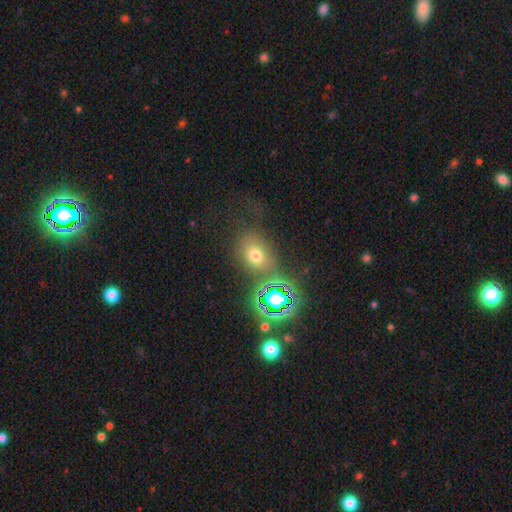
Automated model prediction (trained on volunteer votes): smooth 63%, star or artifact 24%, featured or disk 13%. Down the decision tree: how rounded — in between (60%); merging — none (61%).